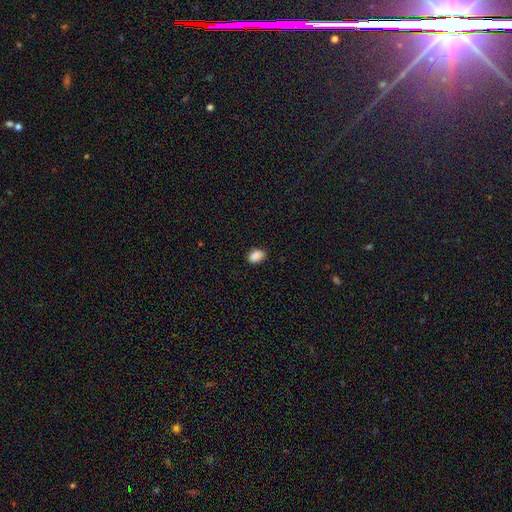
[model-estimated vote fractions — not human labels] Smooth or featured? smooth (89%)
How rounded? in between (84%)
Merging? none (86%)